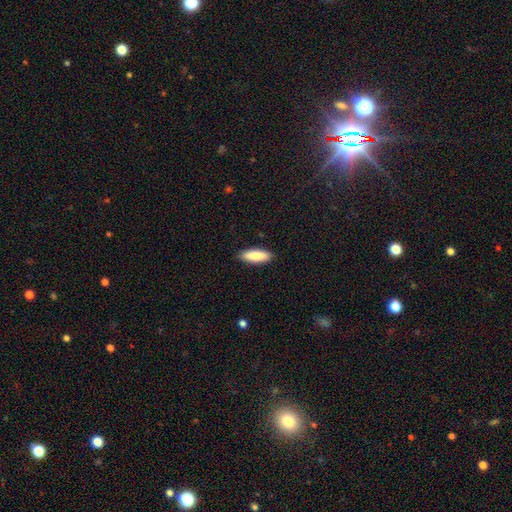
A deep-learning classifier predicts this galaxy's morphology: Q: Smooth or featured?
A: smooth (86%); runner-up: featured or disk (8%)
Q: How rounded?
A: cigar-shaped (50%); runner-up: in between (49%)
Q: Merging?
A: none (89%); runner-up: minor disturbance (8%)